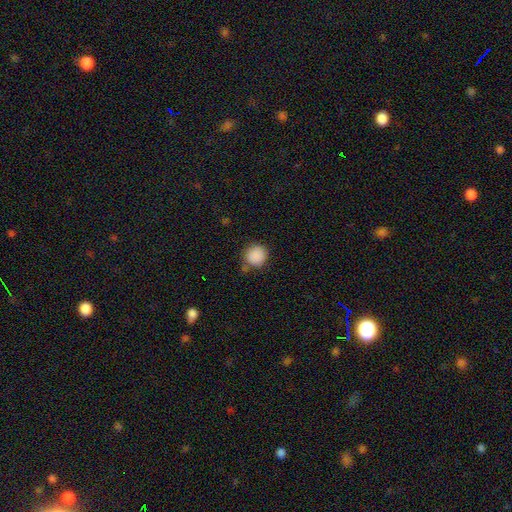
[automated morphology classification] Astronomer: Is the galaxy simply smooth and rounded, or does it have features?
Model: smooth — 88%.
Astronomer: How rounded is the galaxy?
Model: round — 88%.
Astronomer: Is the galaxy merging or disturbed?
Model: none — 68%.